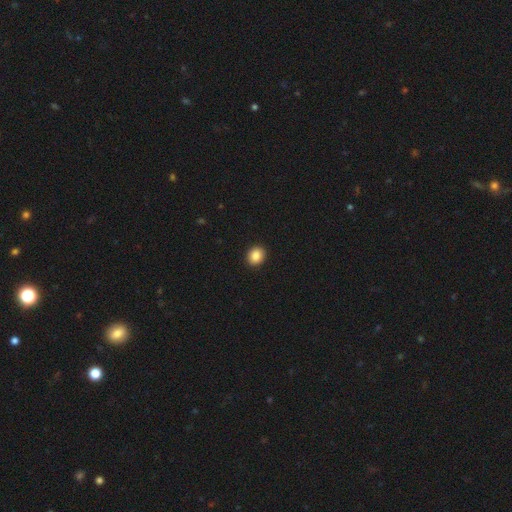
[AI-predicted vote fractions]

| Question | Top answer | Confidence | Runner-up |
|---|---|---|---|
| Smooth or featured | smooth | 87% | star or artifact (9%) |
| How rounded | round | 70% | in between (29%) |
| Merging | none | 93% | minor disturbance (5%) |